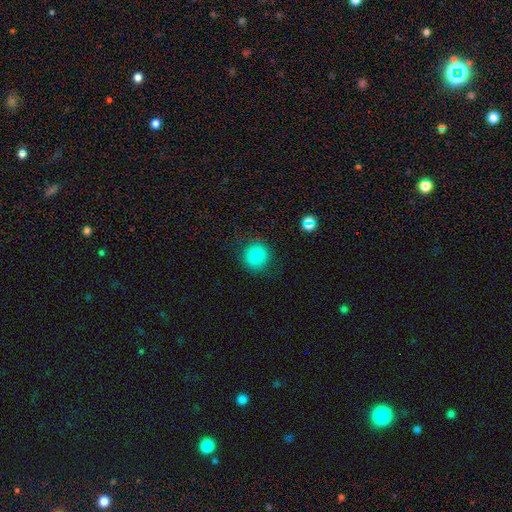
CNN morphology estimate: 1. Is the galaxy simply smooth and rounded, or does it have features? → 83% smooth, 11% star or artifact, 6% featured or disk.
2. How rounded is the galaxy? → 91% round, 8% in between, 1% cigar-shaped.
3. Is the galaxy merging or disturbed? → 83% none, 11% minor disturbance, 4% major disturbance, 1% merger.